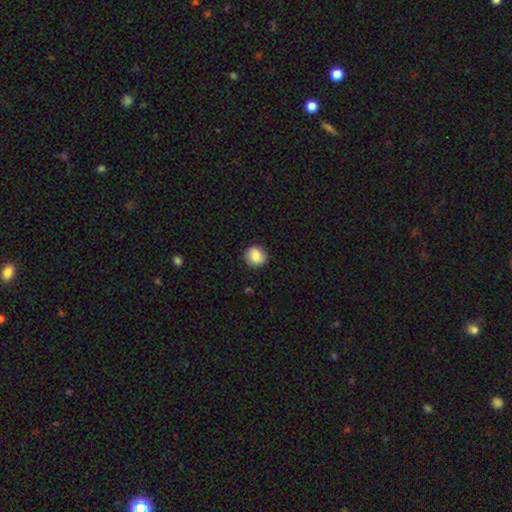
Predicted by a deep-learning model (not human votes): smooth_or_featured: smooth (p=0.84) [alt: star or artifact p=0.08]
how_rounded: round (p=0.88) [alt: in between p=0.12]
merging: none (p=0.86) [alt: minor disturbance p=0.10]